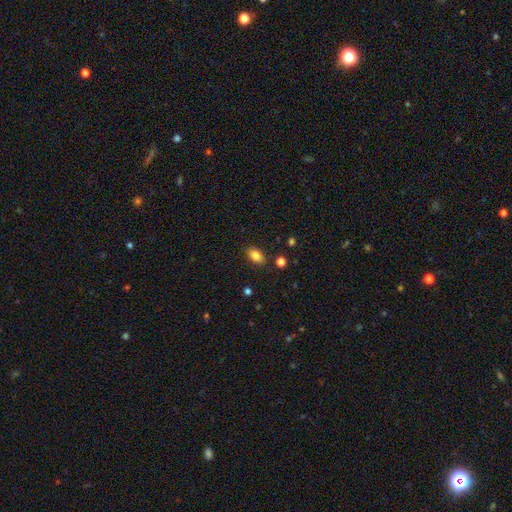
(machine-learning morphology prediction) The model was most divided on "how rounded": in between: 86%, round: 12%, cigar-shaped: 2%. More confident: merging — none (85%); smooth or featured — smooth (84%).